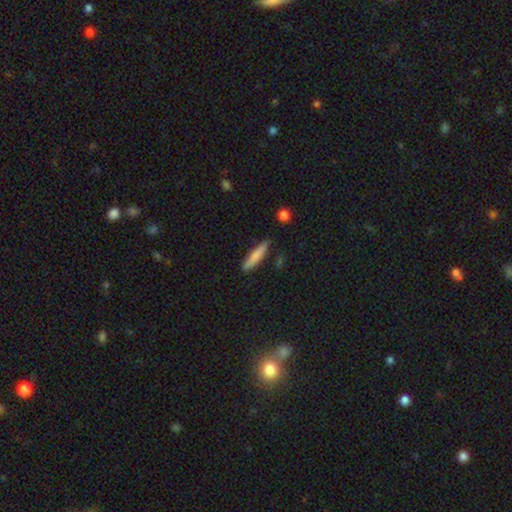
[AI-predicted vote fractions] This is likely a smooth galaxy (77%). How rounded: clearly cigar-shaped (89%). Merging: clearly none (81%).